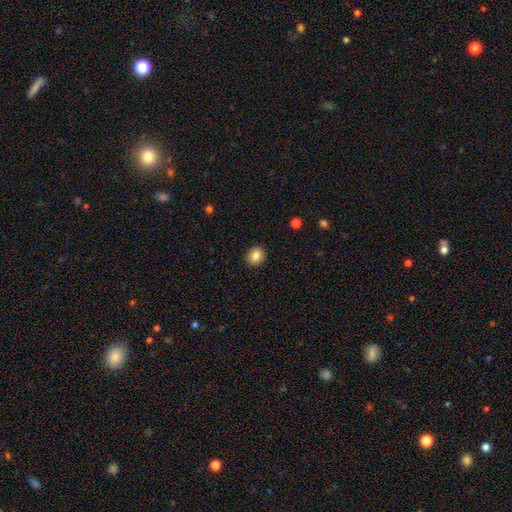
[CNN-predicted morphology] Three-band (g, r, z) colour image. It shows a smooth galaxy with no disk features (84%) that is round (69%). Merging: none (90%).